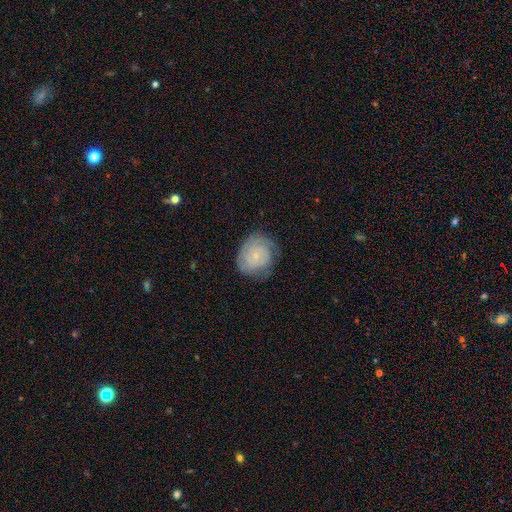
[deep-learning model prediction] featured or disk 56%, smooth 36%, star or artifact 8%. Down the decision tree: edge-on disk — no (97%); bar — no (81%); spiral arms — yes (84%); bulge size — small (81%); merging — none (70%).